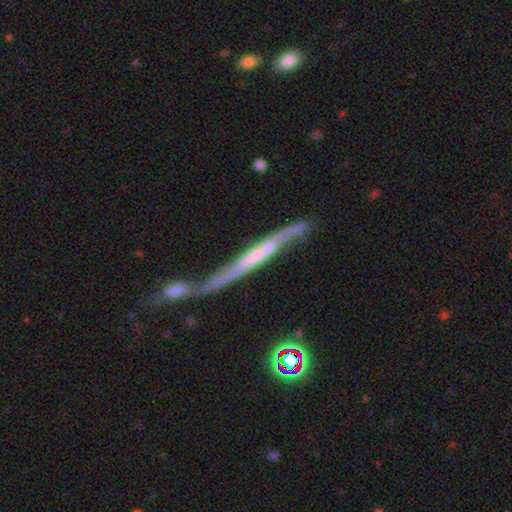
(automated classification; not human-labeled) The model was most divided on "merging": merger: 50%, none: 23%, major disturbance: 14%, minor disturbance: 13%. More confident: smooth or featured — featured or disk (71%); edge-on disk — yes (69%).